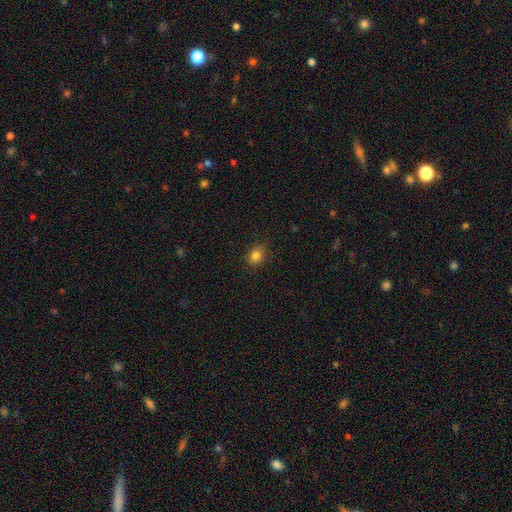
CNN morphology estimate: type=smooth (83%); roundness=round (65%); merging=none (85%).